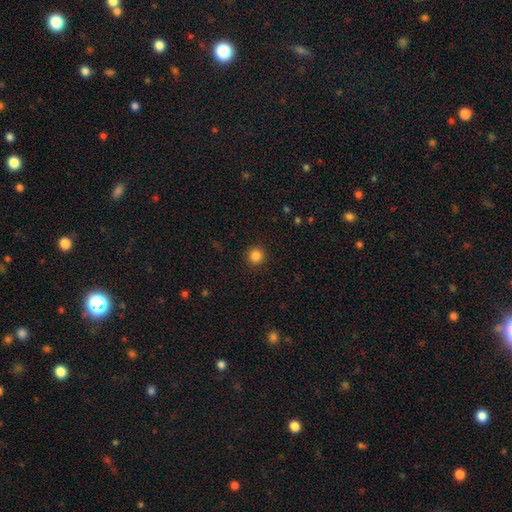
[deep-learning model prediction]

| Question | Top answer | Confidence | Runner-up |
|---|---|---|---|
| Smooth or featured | smooth | 85% | star or artifact (12%) |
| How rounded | round | 94% | in between (5%) |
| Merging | none | 91% | minor disturbance (6%) |